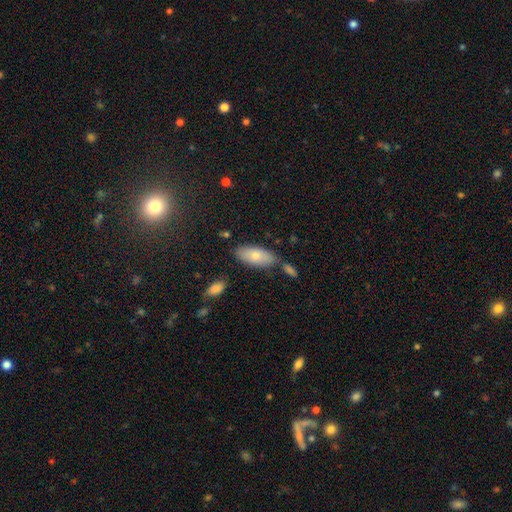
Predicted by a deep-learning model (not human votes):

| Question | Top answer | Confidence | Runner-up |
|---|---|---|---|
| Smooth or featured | smooth | 77% | featured or disk (17%) |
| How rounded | in between | 85% | cigar-shaped (12%) |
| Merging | none | 70% | minor disturbance (16%) |